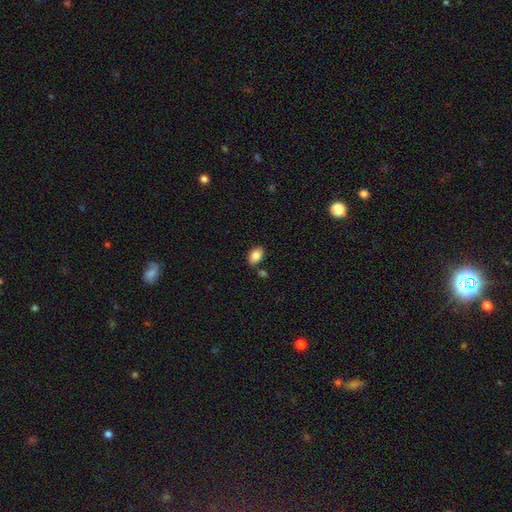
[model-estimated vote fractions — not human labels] smooth 86%, star or artifact 8%, featured or disk 6%. Down the decision tree: how rounded — in between (90%); merging — none (79%).